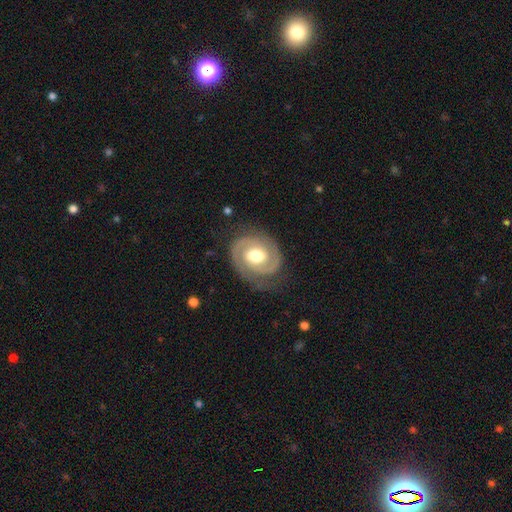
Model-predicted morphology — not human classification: Smooth or featured? featured or disk (87%)
Edge-on disk? no (98%)
Bar? no (53%)
Spiral arms? yes (95%)
Spiral winding? tight (54%)
Spiral arm count? 2 (88%)
Bulge size? moderate (65%)
Merging? none (76%)